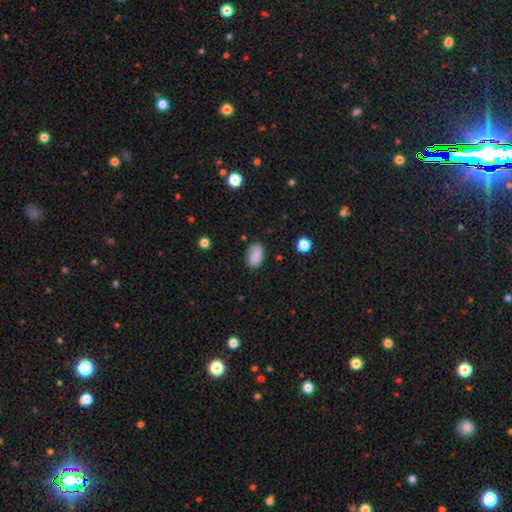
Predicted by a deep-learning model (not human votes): Smooth or featured? smooth (83%)
How rounded? in between (90%)
Merging? none (69%)